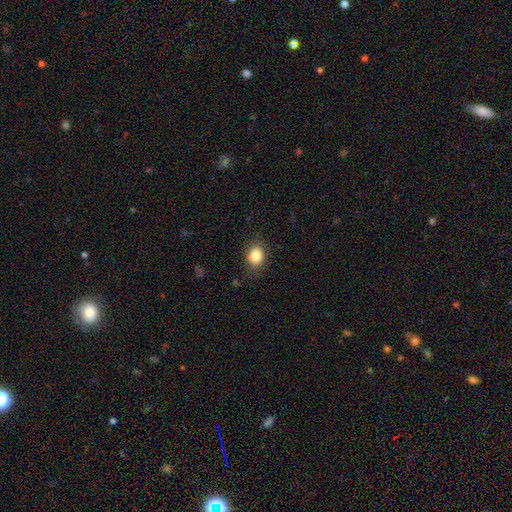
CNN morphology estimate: Smooth or featured? Predicted: smooth (p=0.85). How rounded? Predicted: round (p=0.51). Merging? Predicted: none (p=0.81).